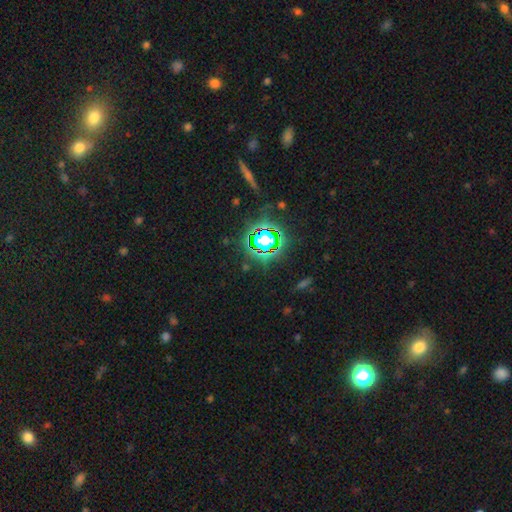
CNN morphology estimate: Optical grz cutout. It shows a star or artifact, not a galaxy (78%).